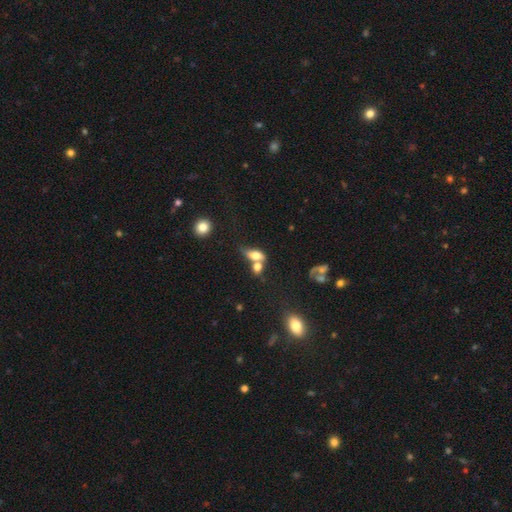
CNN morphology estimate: Smooth or featured: smooth — 67% (featured or disk — 23%)
How rounded: in between — 76% (round — 13%)
Merging: merger — 56% (none — 23%)